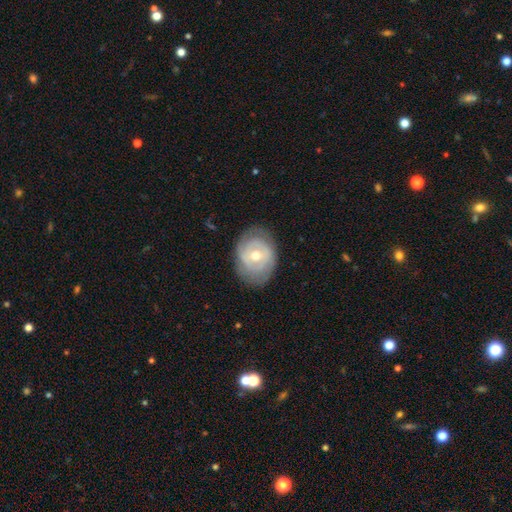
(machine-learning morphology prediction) Smooth or featured: featured or disk — 71% (smooth — 23%)
Edge-on disk: no — 96% (yes — 4%)
Bar: no — 56% (weak — 34%)
Spiral arms: yes — 74% (no — 26%)
Spiral winding: tight — 67% (medium — 24%)
Spiral arm count: 2 — 42% (can't tell — 38%)
Bulge size: moderate — 62% (small — 35%)
Merging: none — 75% (minor disturbance — 18%)